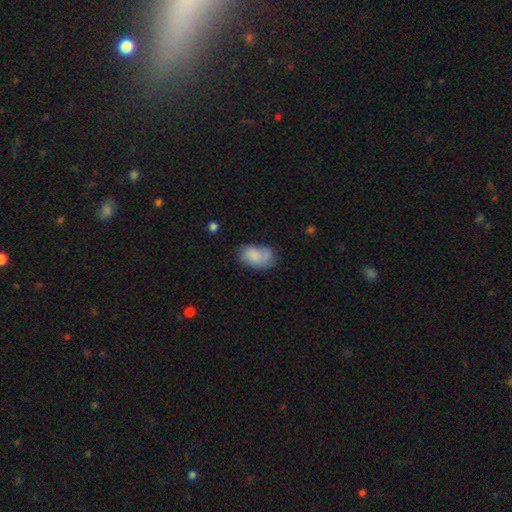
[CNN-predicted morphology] smooth-or-featured: smooth: 72% | featured or disk: 20% | star or artifact: 7%
  how-rounded: in between: 91% | round: 8% | cigar-shaped: 1%
  merging: none: 54% | minor disturbance: 29% | major disturbance: 14% | merger: 4%